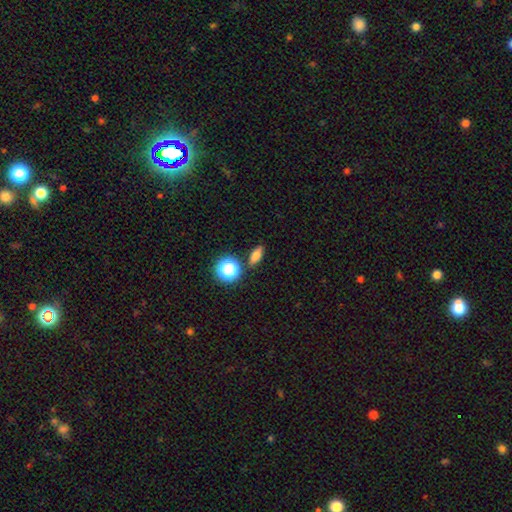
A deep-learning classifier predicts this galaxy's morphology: Q: Smooth or featured?
A: smooth (71%); runner-up: star or artifact (15%)
Q: How rounded?
A: in between (59%); runner-up: round (20%)
Q: Merging?
A: none (85%); runner-up: minor disturbance (8%)